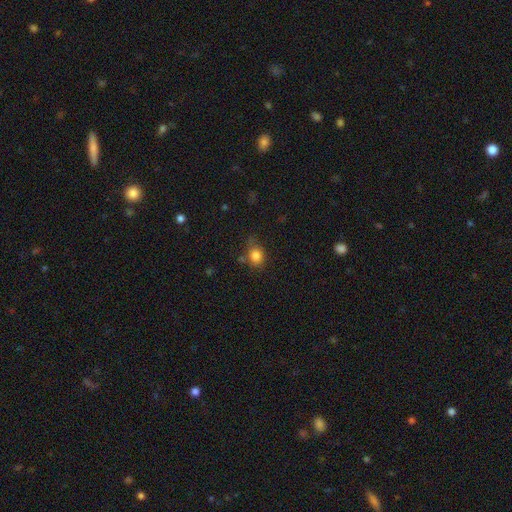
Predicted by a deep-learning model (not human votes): Morphology: type=smooth (82%); roundness=round (64%); merging=none (64%).